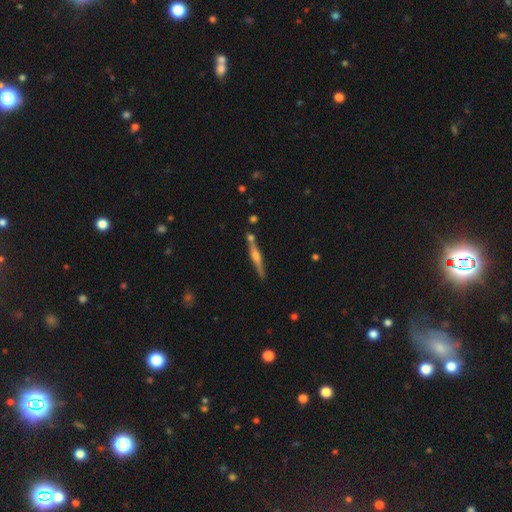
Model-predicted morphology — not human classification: featured or disk 74%, smooth 20%, star or artifact 6%. Down the decision tree: edge-on disk — yes (98%); edge-on bulge — rounded (88%); merging — none (81%).